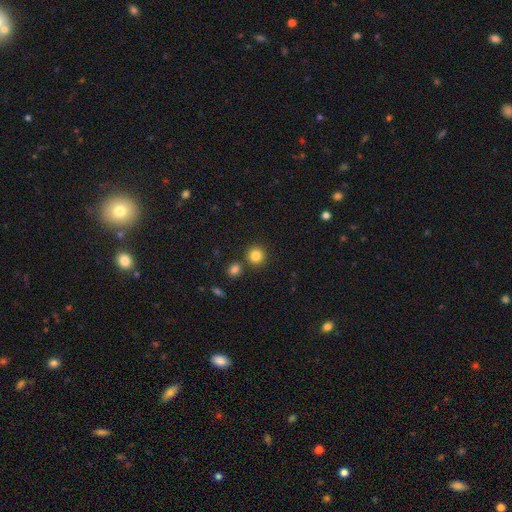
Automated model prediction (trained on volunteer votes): Morphology: type=smooth (84%); roundness=round (92%); merging=none (81%).